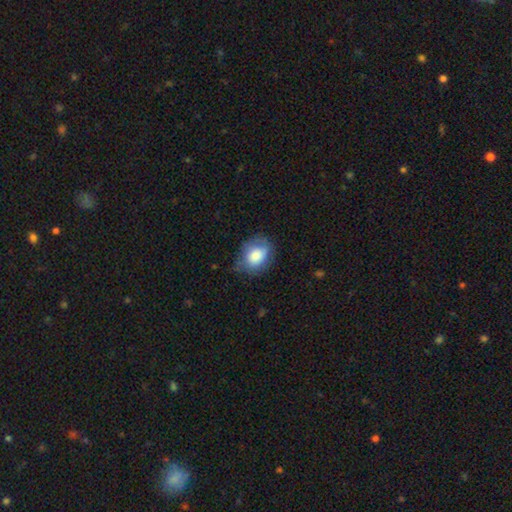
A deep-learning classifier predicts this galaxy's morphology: smooth-or-featured: smooth: 77% | featured or disk: 16% | star or artifact: 7%
  how-rounded: in between: 63% | round: 36% | cigar-shaped: 1%
  merging: none: 63% | minor disturbance: 26% | major disturbance: 9% | merger: 1%